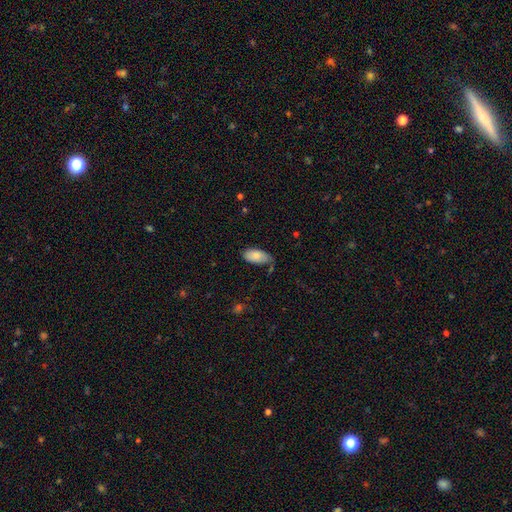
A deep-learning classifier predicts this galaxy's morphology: Overall: smooth (81%). How rounded: in between (94%). Merging: none (57%; minor disturbance 32%).